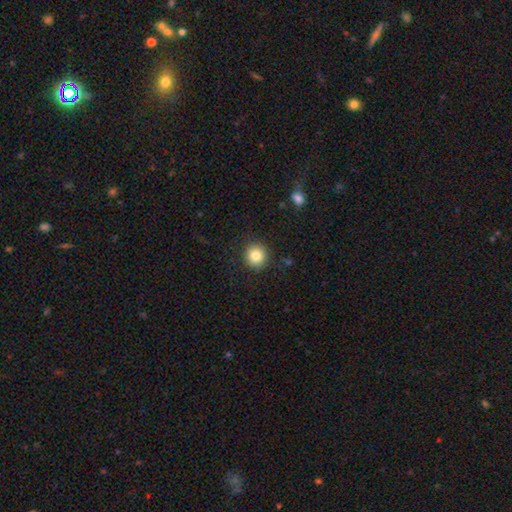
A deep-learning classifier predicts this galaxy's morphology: A smooth galaxy with no disk features (84%) that is round (93%).

Vote fractions:
- Smooth or featured? smooth: 84% / star or artifact: 10% / featured or disk: 6%
- How rounded? round: 93% / in between: 6% / cigar-shaped: 1%
- Merging? none: 90% / minor disturbance: 7% / major disturbance: 2% / merger: 1%